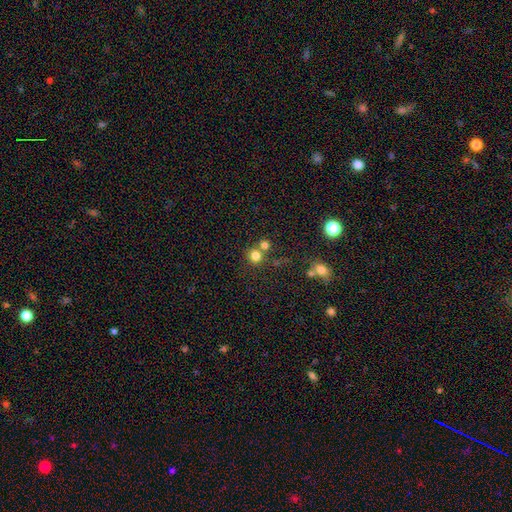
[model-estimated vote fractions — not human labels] A smooth galaxy with no disk features (79%) that is round (91%).

Vote fractions:
- Smooth or featured? smooth: 79% / star or artifact: 14% / featured or disk: 7%
- How rounded? round: 91% / in between: 8% / cigar-shaped: 1%
- Merging? none: 63% / merger: 27% / minor disturbance: 7% / major disturbance: 3%